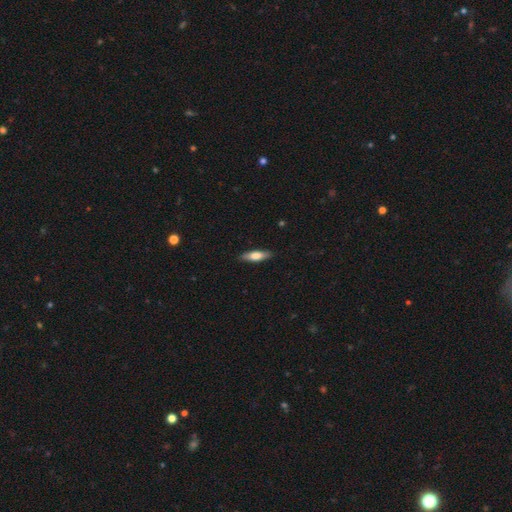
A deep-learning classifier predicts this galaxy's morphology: smooth 70%, featured or disk 24%, star or artifact 6%. Down the decision tree: how rounded — cigar-shaped (53%); merging — none (87%).